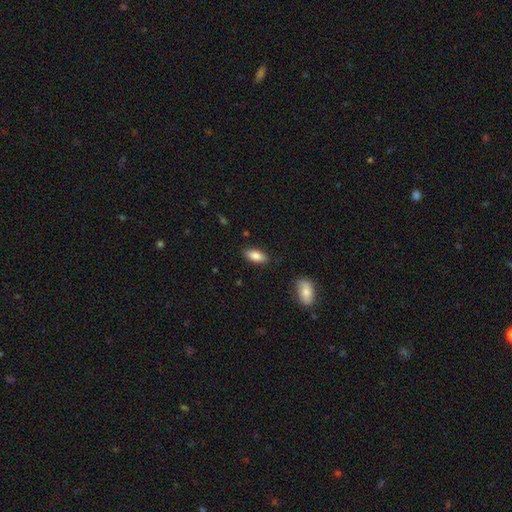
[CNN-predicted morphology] Q: Smooth or featured?
A: smooth (83%); runner-up: featured or disk (10%)
Q: How rounded?
A: in between (86%); runner-up: cigar-shaped (11%)
Q: Merging?
A: none (85%); runner-up: minor disturbance (11%)